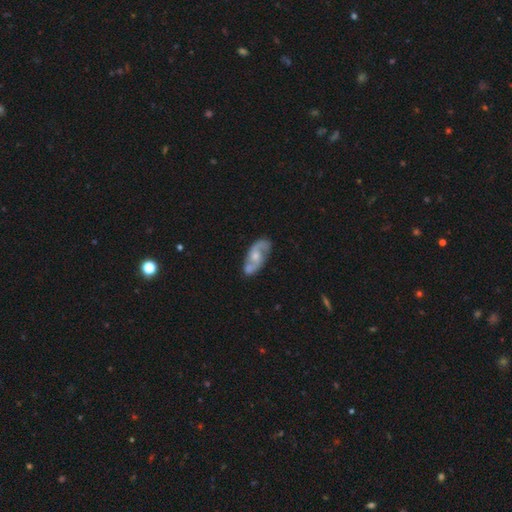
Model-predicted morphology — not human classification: A featured or disk galaxy (75%) with no bar (60%), 2 (88%) medium (44%) spiral arms (91%) and a moderate central bulge (54%).

Vote fractions:
- Smooth or featured? featured or disk: 75% / smooth: 20% / star or artifact: 5%
- Edge-on disk? no: 94% / yes: 6%
- Bar? no: 60% / weak: 34% / strong: 6%
- Spiral arms? yes: 91% / no: 9%
- Spiral winding? medium: 44% / loose: 42% / tight: 14%
- Spiral arm count? 2: 88% / can't tell: 6% / 1: 3% / 3: 1% / 4: 1% / more than 4: 1%
- Bulge size? moderate: 54% / small: 36% / none: 5% / large: 4% / dominant: 1%
- Merging? none: 66% / minor disturbance: 19% / merger: 9% / major disturbance: 6%